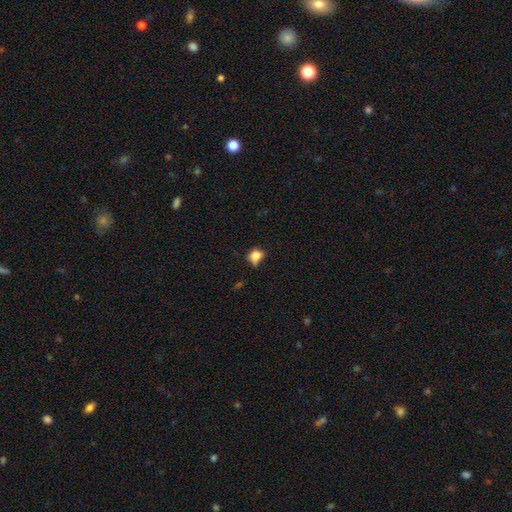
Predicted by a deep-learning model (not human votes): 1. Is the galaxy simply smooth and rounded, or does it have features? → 81% smooth, 11% star or artifact, 8% featured or disk.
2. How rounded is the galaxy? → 53% round, 46% in between, 2% cigar-shaped.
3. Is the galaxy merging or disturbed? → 44% none, 40% minor disturbance, 12% major disturbance, 4% merger.